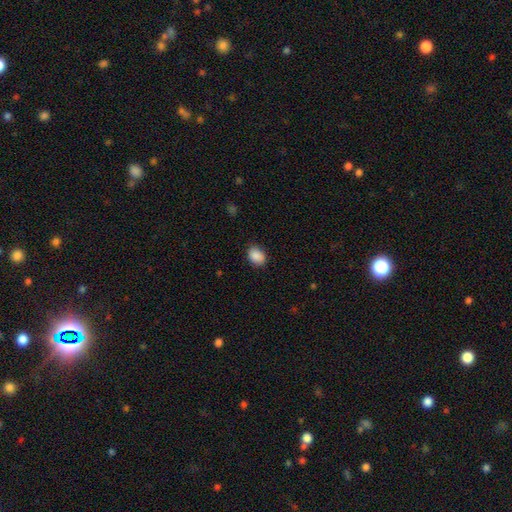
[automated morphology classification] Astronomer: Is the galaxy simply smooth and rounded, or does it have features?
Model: smooth — 89%.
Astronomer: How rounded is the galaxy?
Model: in between — 66%.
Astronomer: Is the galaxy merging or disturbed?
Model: none — 85%.